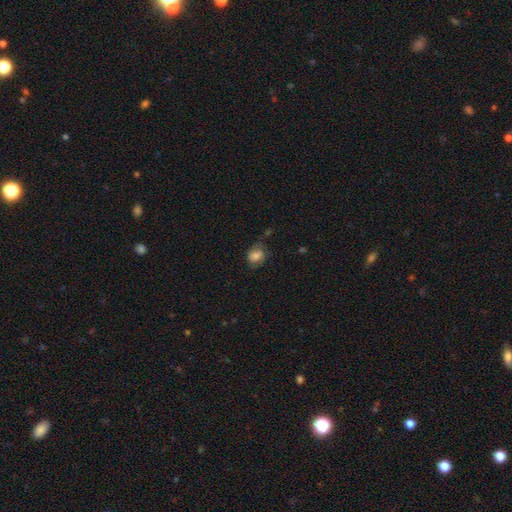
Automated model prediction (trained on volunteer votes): The model was most divided on "how rounded": in between: 55%, round: 43%, cigar-shaped: 1%. More confident: smooth or featured — smooth (72%); merging — none (53%).